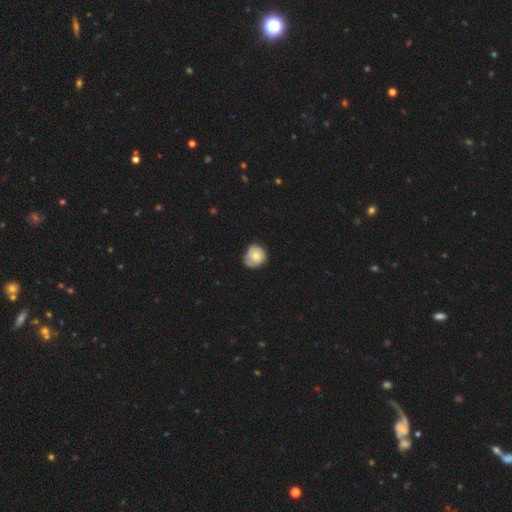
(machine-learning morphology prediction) Overall: smooth (68%). How rounded: round (81%). Merging: none (58%; minor disturbance 34%).